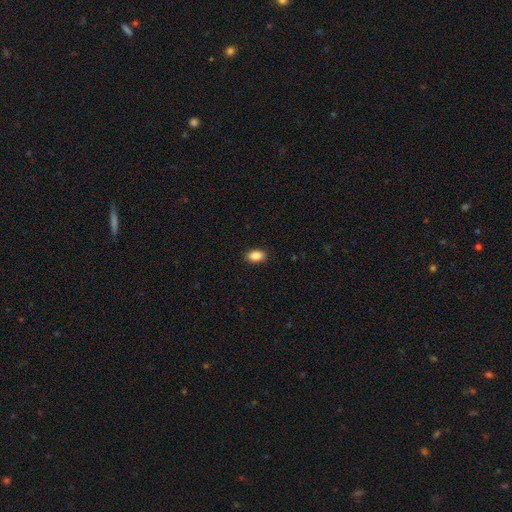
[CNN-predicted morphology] Smooth or featured: smooth — 88% (star or artifact — 8%)
How rounded: in between — 89% (round — 10%)
Merging: none — 89% (minor disturbance — 8%)